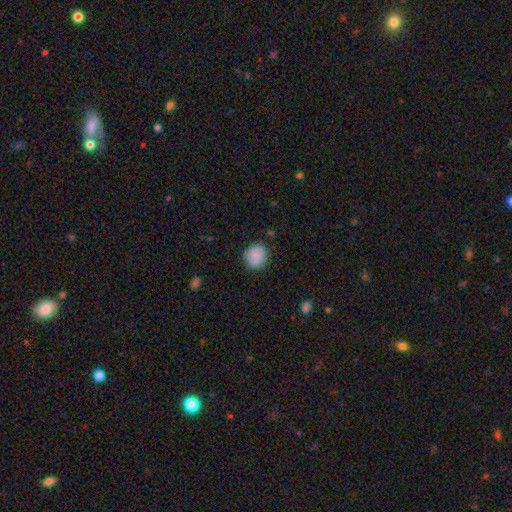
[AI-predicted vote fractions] A smooth galaxy with no disk features (87%) that is round (85%).

Vote fractions:
- Smooth or featured? smooth: 87% / star or artifact: 8% / featured or disk: 5%
- How rounded? round: 85% / in between: 14% / cigar-shaped: 1%
- Merging? none: 84% / minor disturbance: 11% / major disturbance: 3% / merger: 1%